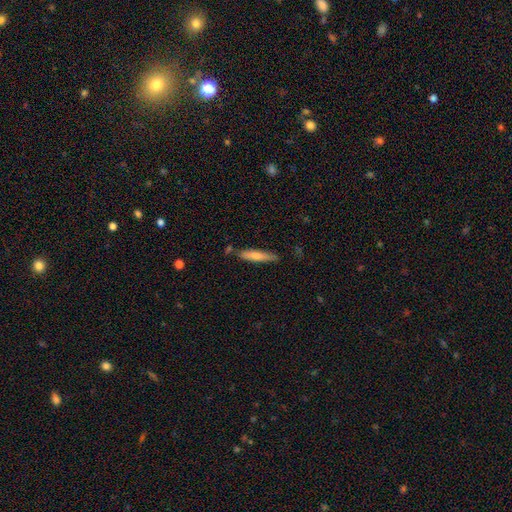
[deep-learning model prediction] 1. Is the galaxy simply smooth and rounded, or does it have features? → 69% smooth, 26% featured or disk, 6% star or artifact.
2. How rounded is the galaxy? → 88% cigar-shaped, 11% in between, 1% round.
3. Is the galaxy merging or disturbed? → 76% none, 15% minor disturbance, 6% merger, 3% major disturbance.